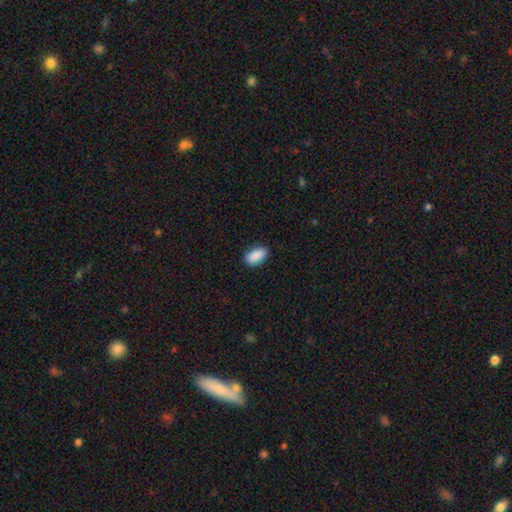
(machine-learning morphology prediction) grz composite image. It shows a smooth galaxy with no disk features (90%) that is in between round and cigar-shaped (92%). Merging: none (86%).